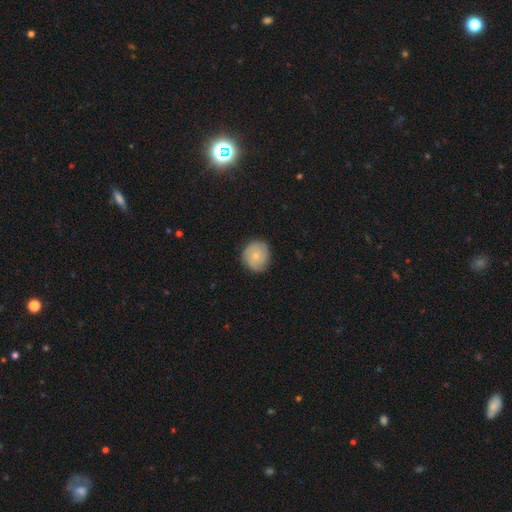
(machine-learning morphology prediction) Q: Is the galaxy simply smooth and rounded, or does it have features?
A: smooth — 59%.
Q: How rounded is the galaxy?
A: round — 87%.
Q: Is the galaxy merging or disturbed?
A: none — 82%.